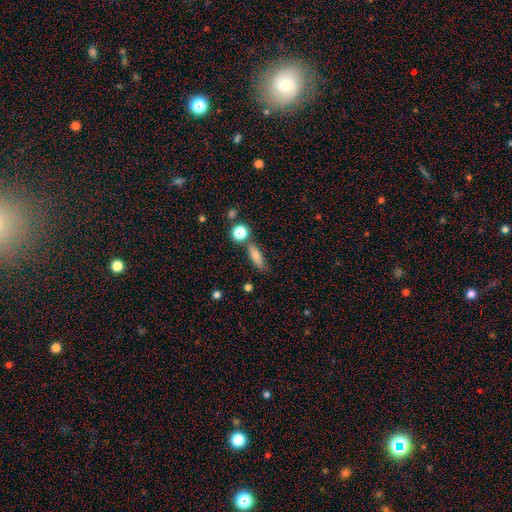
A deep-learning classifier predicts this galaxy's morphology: smooth_or_featured: smooth (p=0.77) [alt: star or artifact p=0.12]
how_rounded: in between (p=0.51) [alt: cigar-shaped p=0.42]
merging: none (p=0.66) [alt: minor disturbance p=0.18]